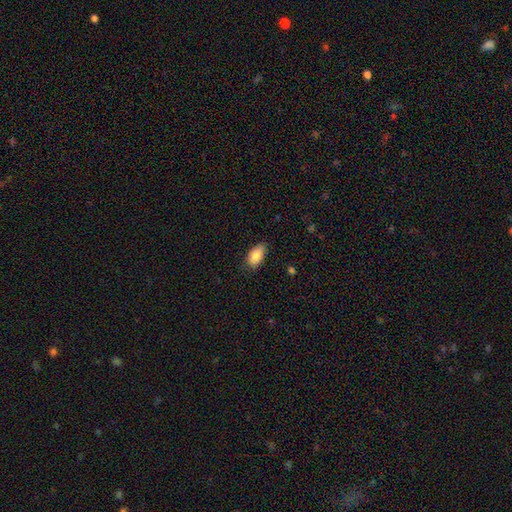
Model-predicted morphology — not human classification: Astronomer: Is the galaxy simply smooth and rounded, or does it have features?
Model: smooth — 86%.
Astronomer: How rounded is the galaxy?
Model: in between — 93%.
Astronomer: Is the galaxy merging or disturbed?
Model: none — 76%.